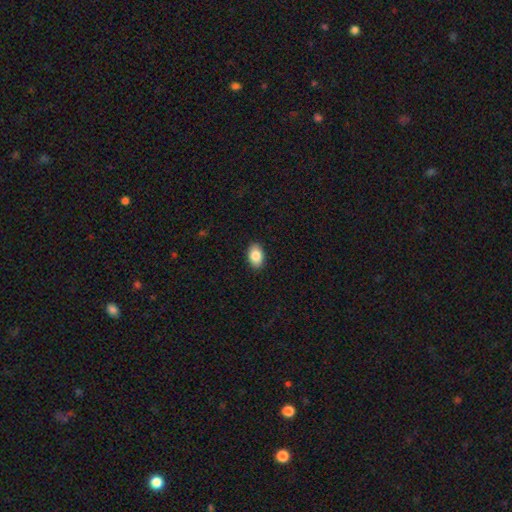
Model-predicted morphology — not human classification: smooth-or-featured: smooth: 86% | featured or disk: 7% | star or artifact: 7%
  how-rounded: in between: 90% | round: 9% | cigar-shaped: 1%
  merging: none: 90% | minor disturbance: 7% | major disturbance: 2% | merger: 1%